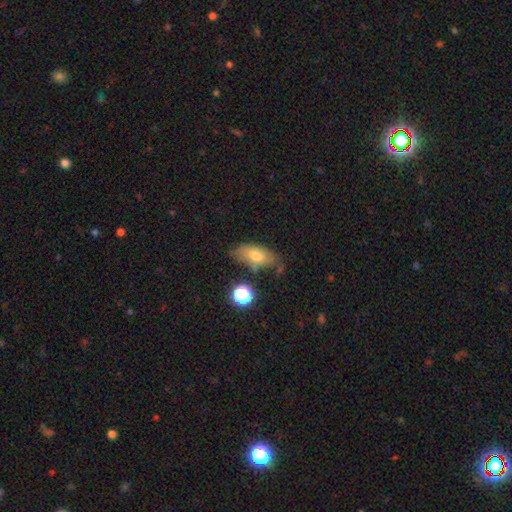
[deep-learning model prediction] Overall: smooth (68%). How rounded: in between (85%). Merging: none (60%; minor disturbance 26%).